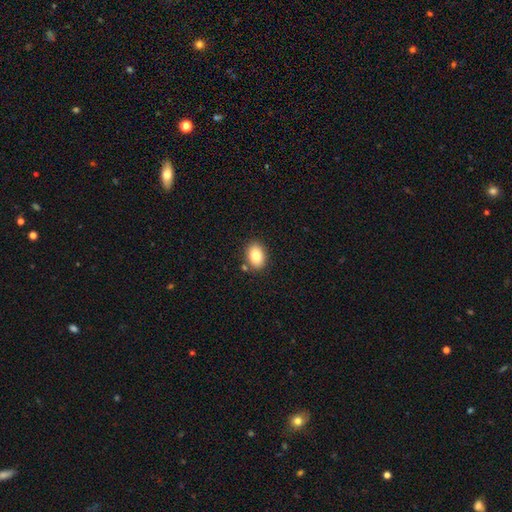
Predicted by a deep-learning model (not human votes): smooth 85%, star or artifact 8%, featured or disk 7%. Down the decision tree: how rounded — in between (80%); merging — none (84%).